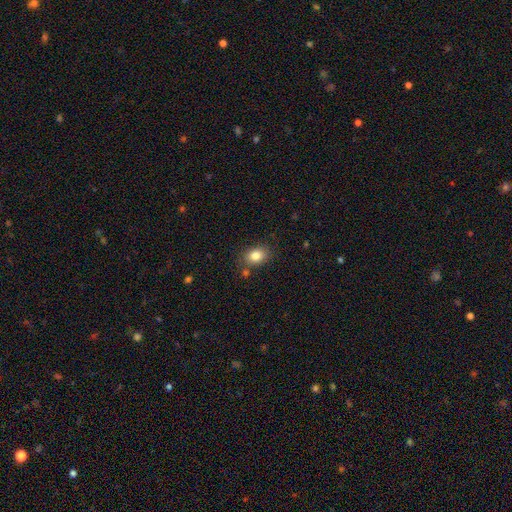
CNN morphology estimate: A smooth galaxy with no disk features (83%) that is in between round and cigar-shaped (69%).

Vote fractions:
- Smooth or featured? smooth: 83% / star or artifact: 10% / featured or disk: 8%
- How rounded? in between: 69% / round: 30% / cigar-shaped: 1%
- Merging? none: 79% / minor disturbance: 13% / merger: 5% / major disturbance: 3%